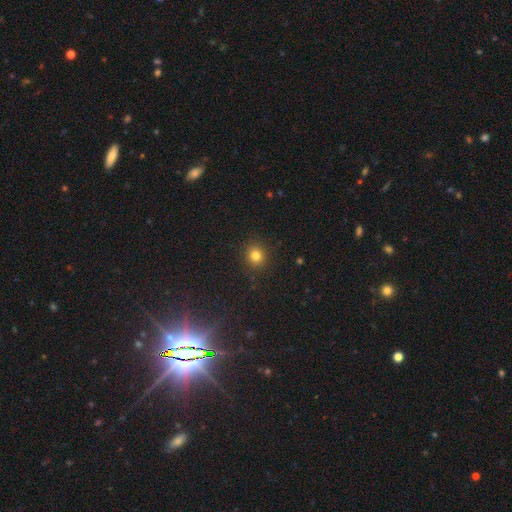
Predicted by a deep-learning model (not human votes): Morphology: type=smooth (81%); roundness=round (89%); merging=none (91%).